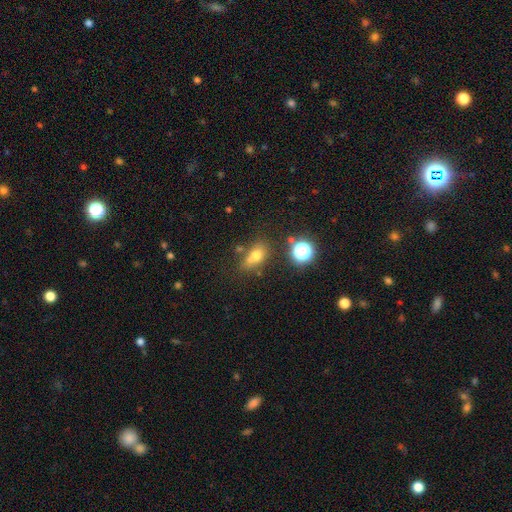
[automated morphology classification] Q: Smooth or featured?
A: smooth (67%); runner-up: star or artifact (17%)
Q: How rounded?
A: in between (64%); runner-up: round (31%)
Q: Merging?
A: none (57%); runner-up: minor disturbance (19%)